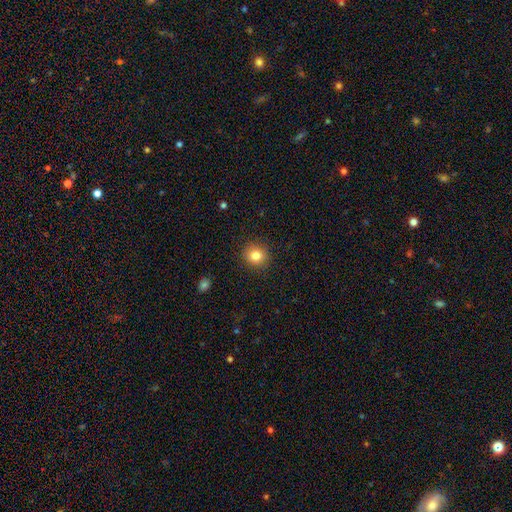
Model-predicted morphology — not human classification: smooth-or-featured: smooth: 83% | star or artifact: 11% | featured or disk: 7%
  how-rounded: round: 86% | in between: 13% | cigar-shaped: 1%
  merging: none: 91% | minor disturbance: 6% | major disturbance: 2% | merger: 1%